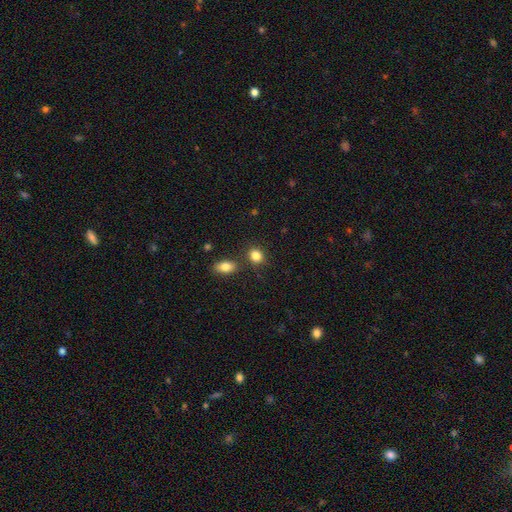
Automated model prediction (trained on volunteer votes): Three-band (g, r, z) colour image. It shows a smooth galaxy with no disk features (85%) that is round (58%). Merging: none (77%).